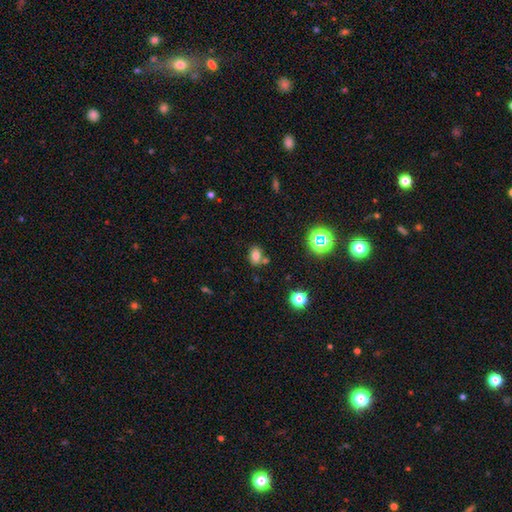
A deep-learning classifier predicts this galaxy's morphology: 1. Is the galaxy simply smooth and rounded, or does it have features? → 74% smooth, 16% star or artifact, 10% featured or disk.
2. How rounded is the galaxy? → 72% in between, 26% round, 1% cigar-shaped.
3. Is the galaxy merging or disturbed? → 66% none, 18% merger, 12% minor disturbance, 4% major disturbance.